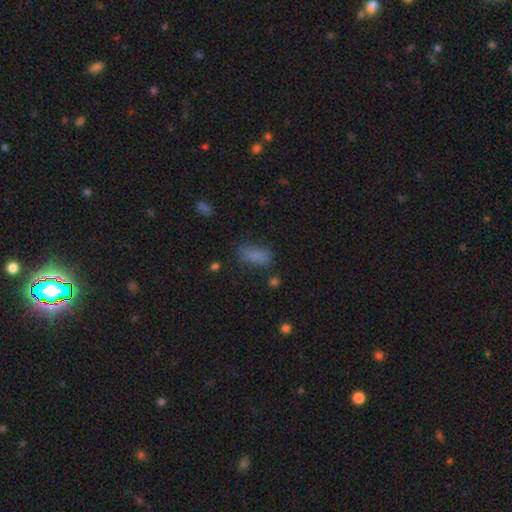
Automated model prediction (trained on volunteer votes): Overall: smooth (80%). How rounded: in between (83%). Merging: none (61%; minor disturbance 24%).